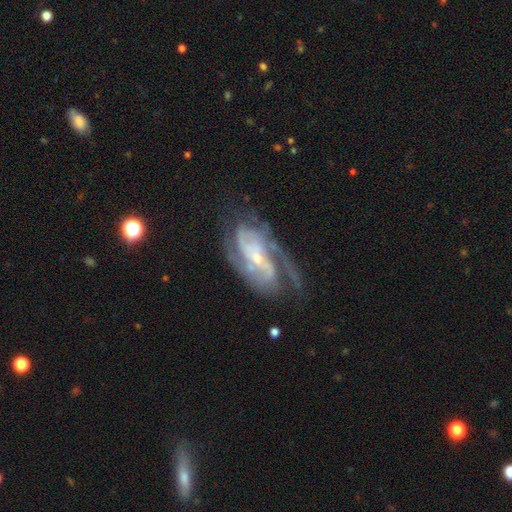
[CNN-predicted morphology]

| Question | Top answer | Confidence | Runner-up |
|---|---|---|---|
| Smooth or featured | featured or disk | 87% | smooth (7%) |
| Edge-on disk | no | 95% | yes (5%) |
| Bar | no | 43% | weak (38%) |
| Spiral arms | yes | 96% | no (4%) |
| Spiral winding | medium | 44% | tight (42%) |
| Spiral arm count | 2 | 50% | can't tell (18%) |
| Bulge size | small | 70% | moderate (23%) |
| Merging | none | 61% | minor disturbance (20%) |